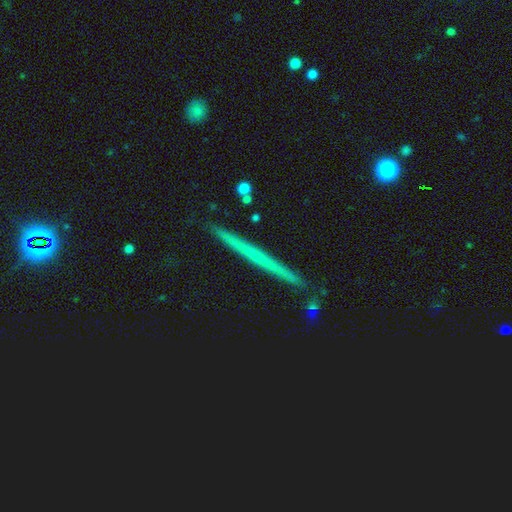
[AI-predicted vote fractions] A featured or disk galaxy (45%).

Vote fractions:
- Smooth or featured? featured or disk: 45% / smooth: 39% / star or artifact: 15%
- Merging? none: 90% / minor disturbance: 7% / merger: 2% / major disturbance: 1%